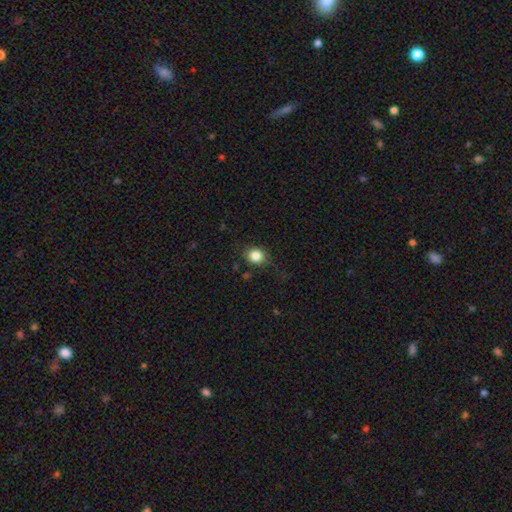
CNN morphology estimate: The model was most divided on "how rounded": round: 72%, in between: 27%, cigar-shaped: 1%. More confident: smooth or featured — smooth (83%); merging — none (80%).